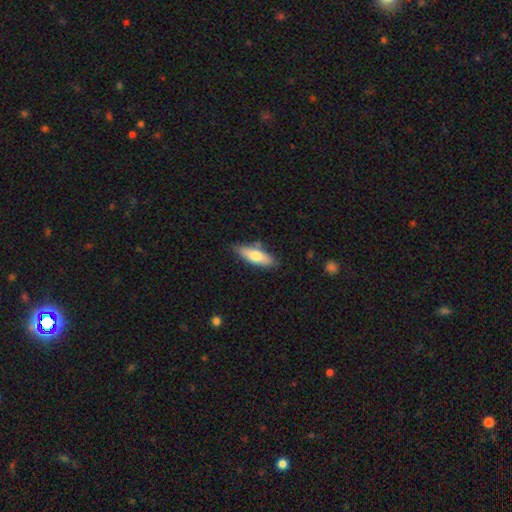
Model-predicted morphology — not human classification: Smooth or featured: smooth — 71% (featured or disk — 23%)
How rounded: in between — 57% (cigar-shaped — 41%)
Merging: none — 74% (minor disturbance — 19%)